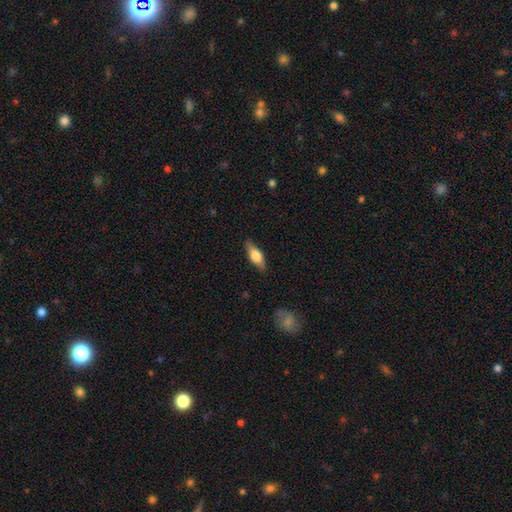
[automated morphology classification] This is possibly a smooth galaxy (58%). How rounded: possibly in between (59%). Merging: clearly none (85%).